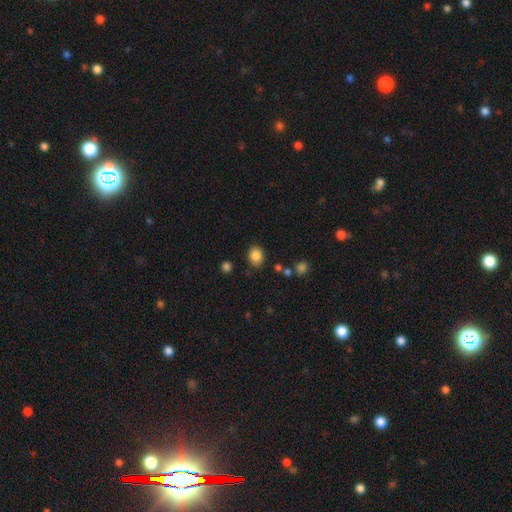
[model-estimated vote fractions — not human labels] A smooth galaxy with no disk features (85%) that is in between round and cigar-shaped (54%).

Vote fractions:
- Smooth or featured? smooth: 85% / star or artifact: 10% / featured or disk: 5%
- How rounded? in between: 54% / round: 45% / cigar-shaped: 1%
- Merging? none: 82% / minor disturbance: 11% / major disturbance: 3% / merger: 3%